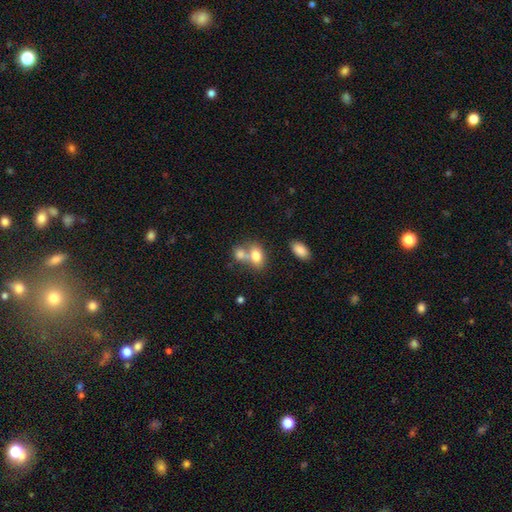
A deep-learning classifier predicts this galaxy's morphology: Smooth or featured? Predicted: smooth (p=0.78). How rounded? Predicted: in between (p=0.77). Merging? Predicted: merger (p=0.54).